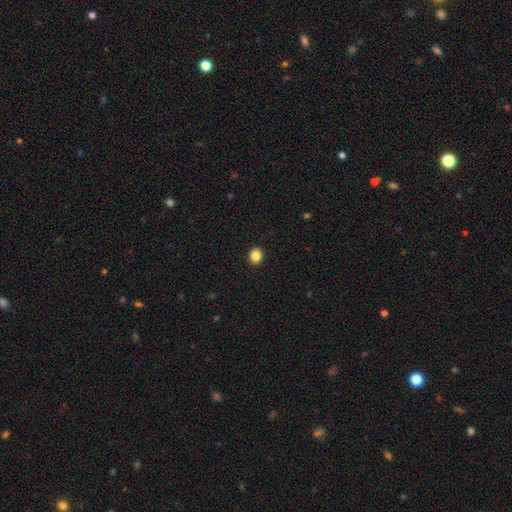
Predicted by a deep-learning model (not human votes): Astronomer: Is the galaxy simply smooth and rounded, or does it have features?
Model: smooth — 85%.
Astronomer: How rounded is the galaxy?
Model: round — 68%.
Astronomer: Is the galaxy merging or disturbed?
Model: none — 92%.